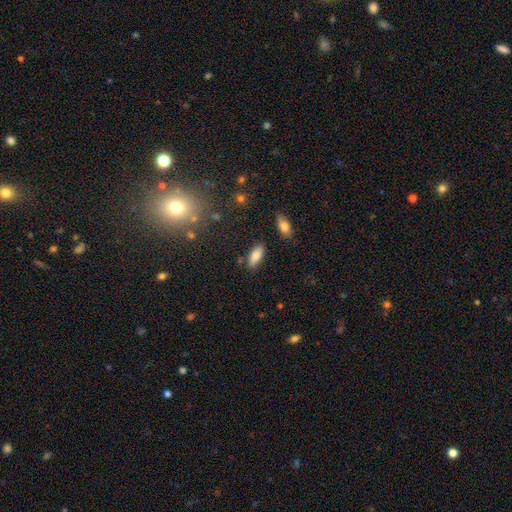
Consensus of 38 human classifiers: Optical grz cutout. It shows a smooth galaxy with no disk features (84%) that is in between round and cigar-shaped (84%). Merging: none (72%).